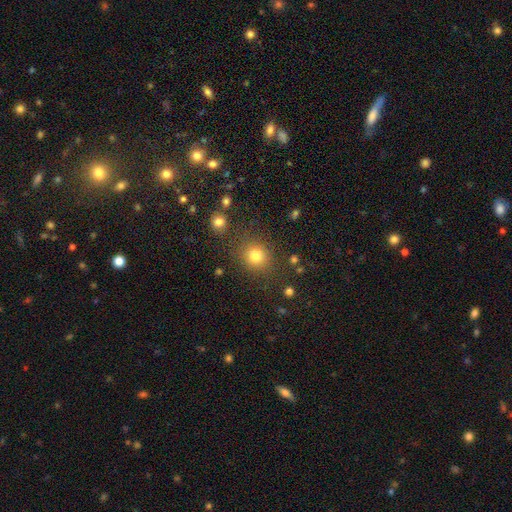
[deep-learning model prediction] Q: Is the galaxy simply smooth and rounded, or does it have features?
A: smooth — 81%.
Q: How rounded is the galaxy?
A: round — 86%.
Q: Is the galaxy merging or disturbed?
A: none — 83%.